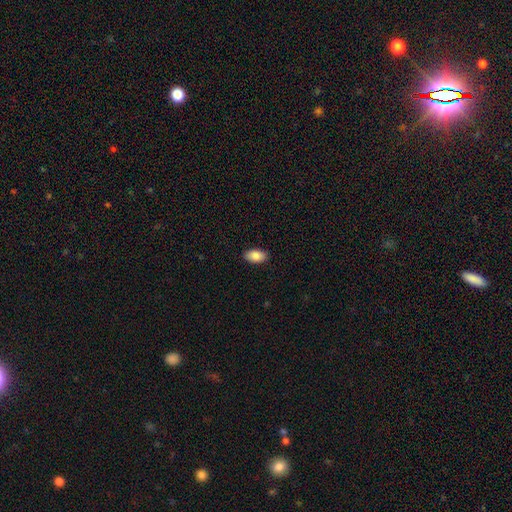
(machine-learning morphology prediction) Q: Smooth or featured?
A: smooth (88%); runner-up: star or artifact (7%)
Q: How rounded?
A: in between (94%); runner-up: round (4%)
Q: Merging?
A: none (88%); runner-up: minor disturbance (9%)